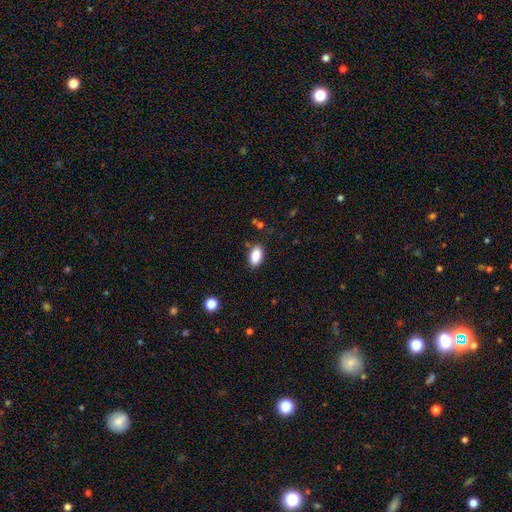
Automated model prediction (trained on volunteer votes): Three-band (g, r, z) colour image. It shows a smooth galaxy with no disk features (88%) that is in between round and cigar-shaped (93%). Merging: none (83%).